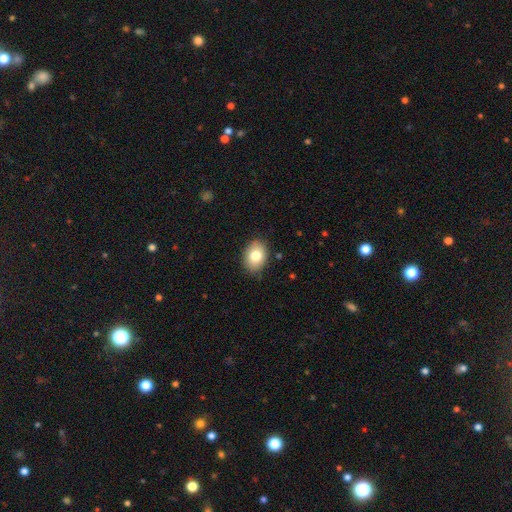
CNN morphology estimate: type=smooth (80%); roundness=in between (75%); merging=none (85%).